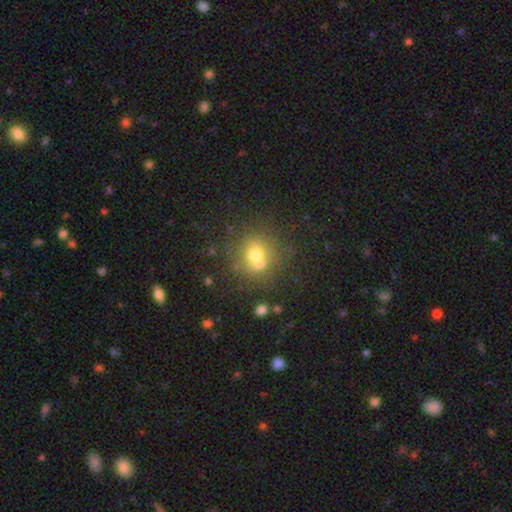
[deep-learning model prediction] A smooth galaxy with no disk features (66%) that is round (84%). Merging: none (56%).